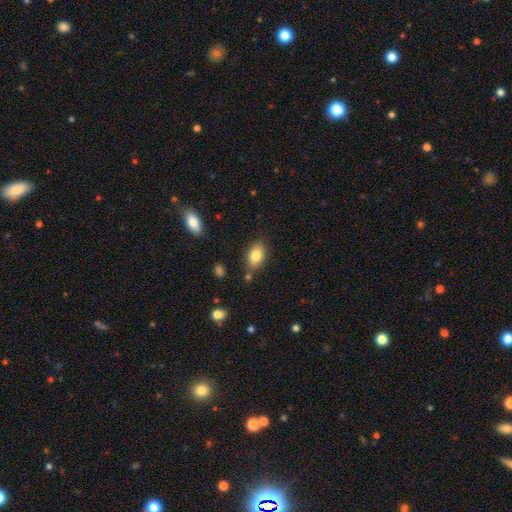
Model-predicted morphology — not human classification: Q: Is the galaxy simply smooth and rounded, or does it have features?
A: smooth — 82%.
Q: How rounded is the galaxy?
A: in between — 88%.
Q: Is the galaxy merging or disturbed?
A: none — 76%.